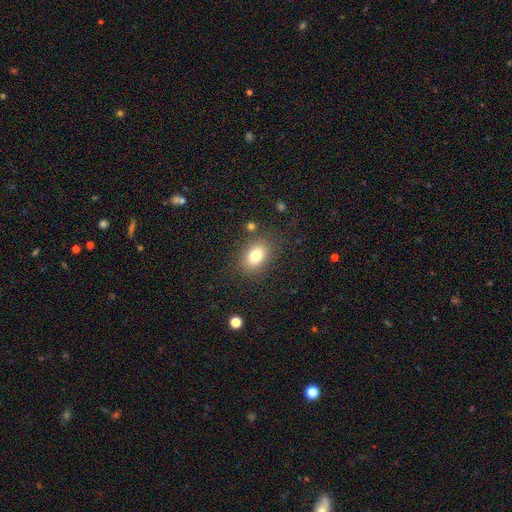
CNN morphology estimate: Smooth or featured: smooth — 79% (star or artifact — 11%)
How rounded: in between — 74% (round — 25%)
Merging: none — 82% (minor disturbance — 11%)